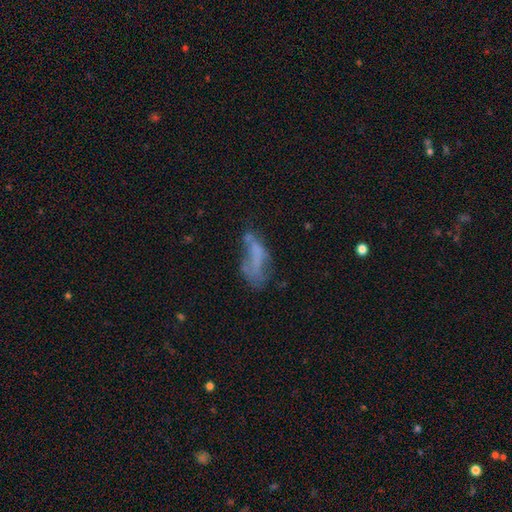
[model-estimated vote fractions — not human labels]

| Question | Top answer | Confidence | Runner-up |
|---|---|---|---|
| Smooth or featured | featured or disk | 43% | smooth (42%) |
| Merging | major disturbance | 32% | none (30%) |